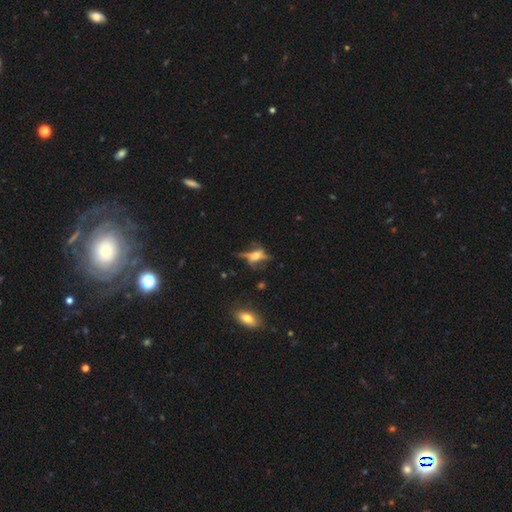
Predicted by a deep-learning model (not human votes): The model was most divided on "edge-on disk": yes: 58%, no: 42%. Remaining: smooth or featured — featured or disk (55%); merging — none (46%).